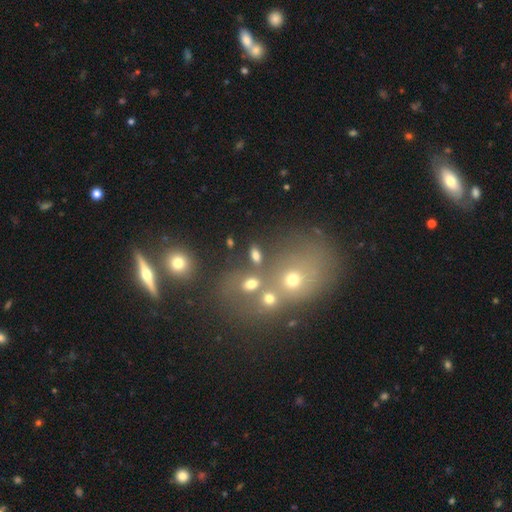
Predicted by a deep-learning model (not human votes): The model was most divided on "merging": none: 62%, merger: 21%, minor disturbance: 10%, major disturbance: 6%. More confident: how rounded — in between (77%); smooth or featured — smooth (67%).